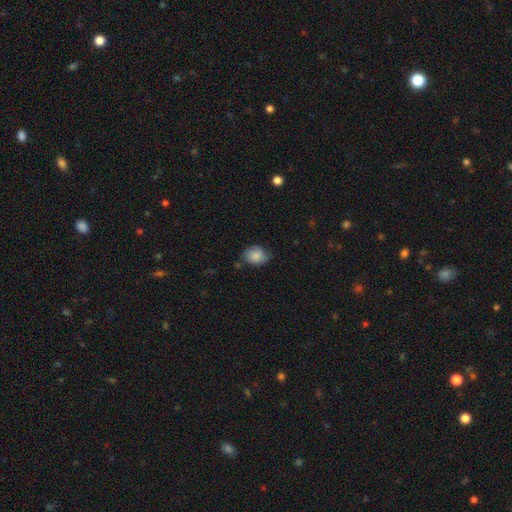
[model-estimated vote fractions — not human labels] smooth 81%, featured or disk 11%, star or artifact 8%. Down the decision tree: how rounded — in between (57%); merging — none (58%).